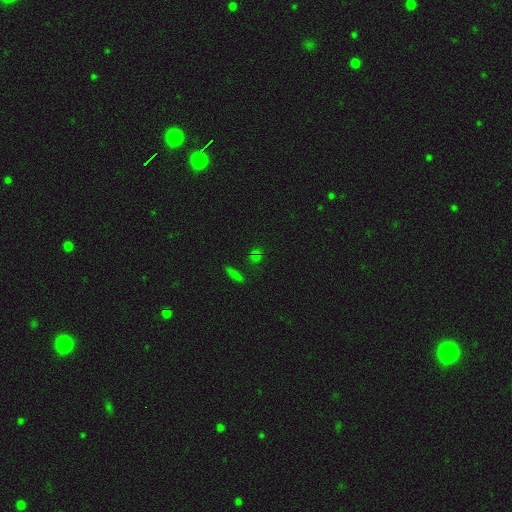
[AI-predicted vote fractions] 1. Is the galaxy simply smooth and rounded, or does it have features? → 50% smooth, 39% star or artifact, 11% featured or disk.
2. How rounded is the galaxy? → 44% round, 29% in between, 27% cigar-shaped.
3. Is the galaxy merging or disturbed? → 81% none, 9% minor disturbance, 6% merger, 4% major disturbance.